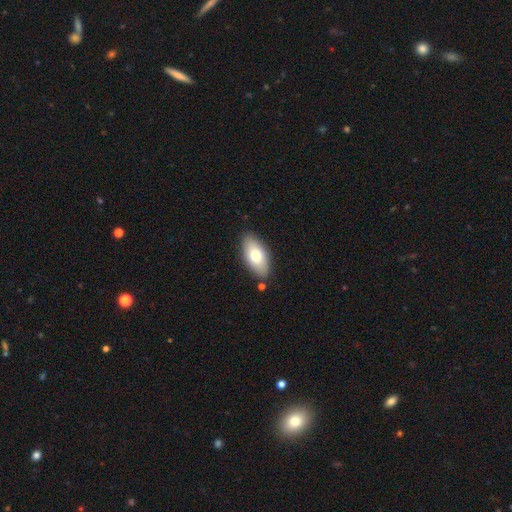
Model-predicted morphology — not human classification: type=smooth (72%); roundness=in between (92%); merging=none (84%).